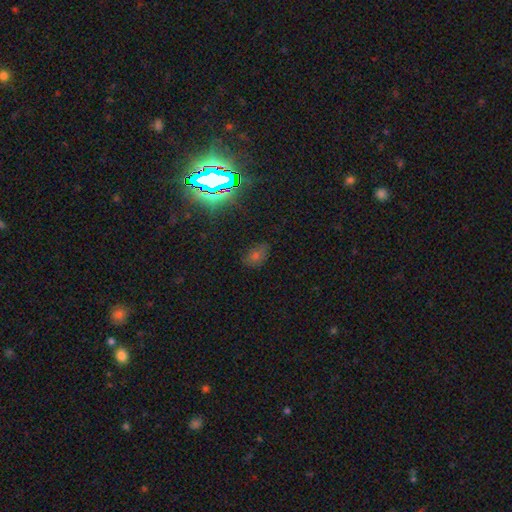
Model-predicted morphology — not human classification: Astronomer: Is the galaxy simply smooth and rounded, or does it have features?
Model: smooth — 48% (runner-up: star or artifact, 41%).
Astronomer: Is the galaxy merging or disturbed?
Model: none — 73%.